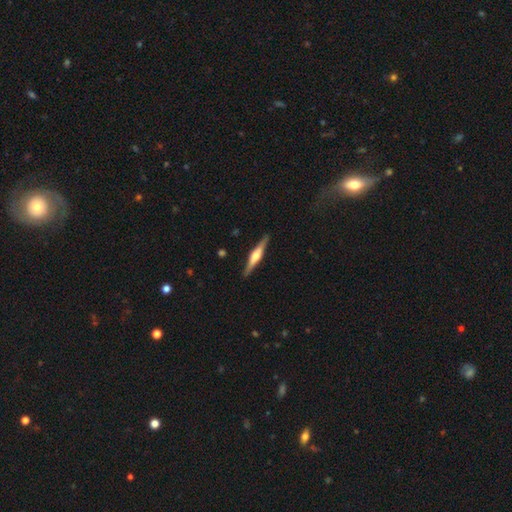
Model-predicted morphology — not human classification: Overall: featured or disk (73%). Edge-on disk: yes (98%). Edge-on bulge: rounded (87%). Merging: none (91%).